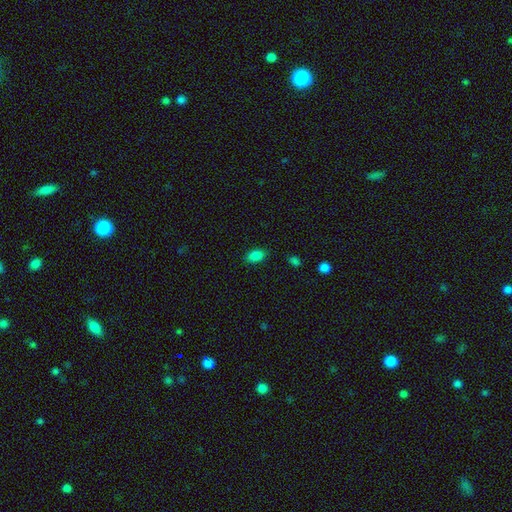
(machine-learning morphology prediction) smooth_or_featured: smooth (p=0.84) [alt: star or artifact p=0.11]
how_rounded: in between (p=0.90) [alt: round p=0.07]
merging: none (p=0.84) [alt: minor disturbance p=0.11]